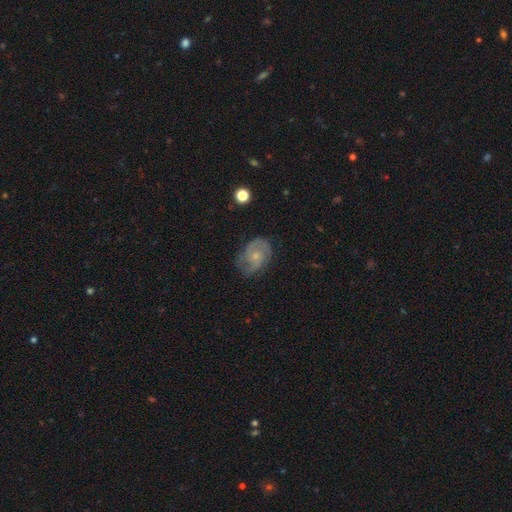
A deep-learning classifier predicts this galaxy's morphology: This appears to be a featured or disk galaxy (74%) with no bar (72%), 2 (66%) medium (44%) spiral arms (92%) and a small central bulge (66%). Merging: none (69%).